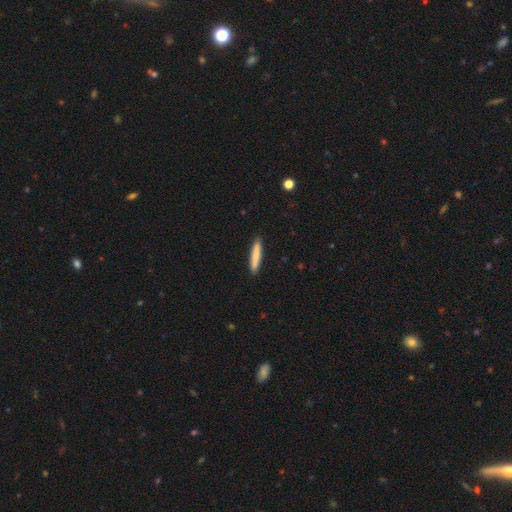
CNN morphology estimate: The model was most divided on "smooth or featured": smooth: 80%, featured or disk: 15%, star or artifact: 5%. More confident: how rounded — cigar-shaped (93%); merging — none (90%).